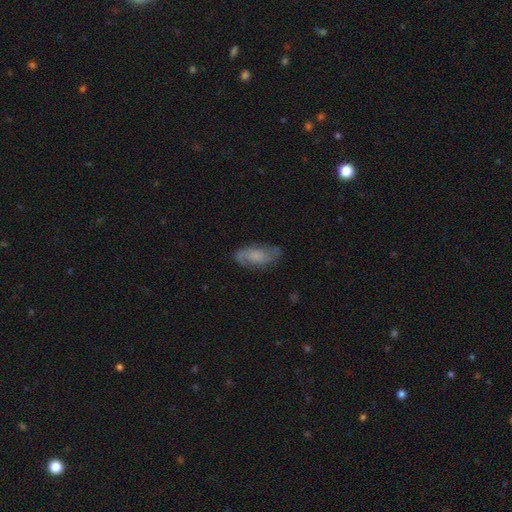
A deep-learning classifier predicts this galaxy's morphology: Smooth or featured: featured or disk — 55% (smooth — 37%)
Edge-on disk: no — 90% (yes — 10%)
Merging: none — 74% (minor disturbance — 18%)